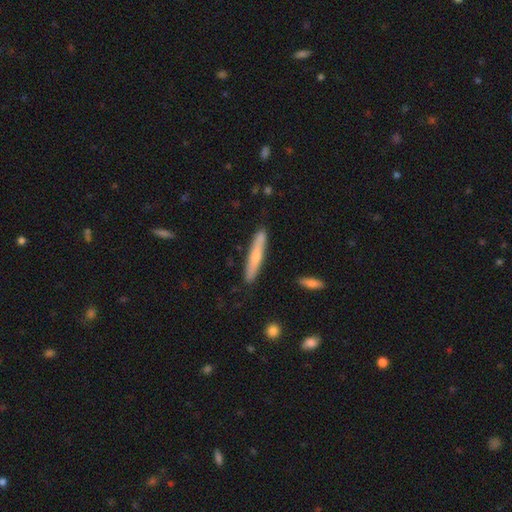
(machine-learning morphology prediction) Overall: smooth (58%; featured or disk 37%). How rounded: cigar-shaped (93%). Merging: none (87%).